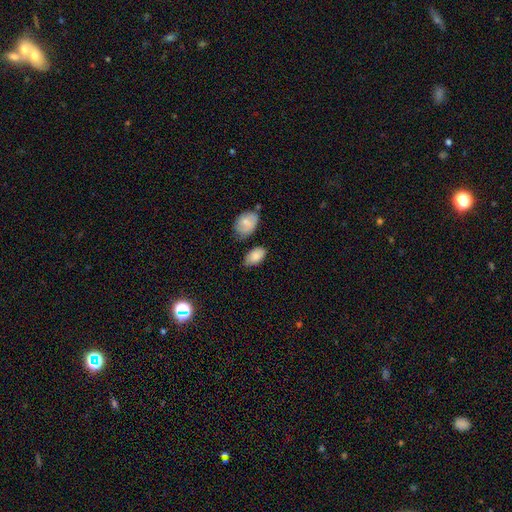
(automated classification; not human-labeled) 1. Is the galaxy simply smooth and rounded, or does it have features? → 85% smooth, 8% featured or disk, 7% star or artifact.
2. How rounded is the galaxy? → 93% in between, 5% round, 2% cigar-shaped.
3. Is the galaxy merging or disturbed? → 66% none, 24% minor disturbance, 6% merger, 5% major disturbance.